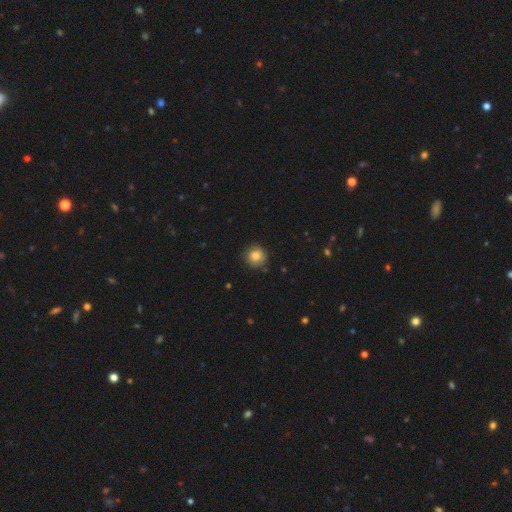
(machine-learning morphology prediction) This is clearly a smooth galaxy (81%). How rounded: clearly round (92%). Merging: clearly none (82%).